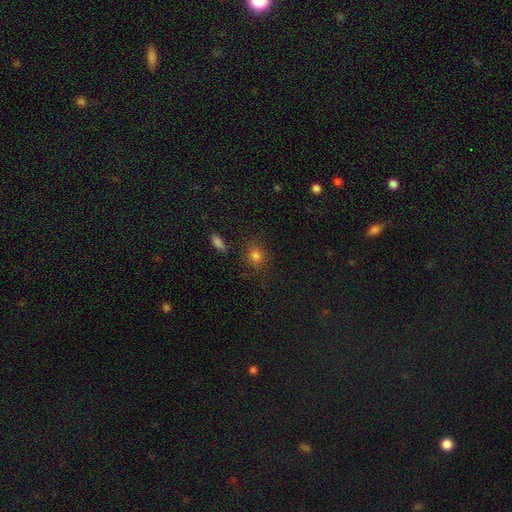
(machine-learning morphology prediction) type=smooth (80%); roundness=round (70%); merging=none (82%).